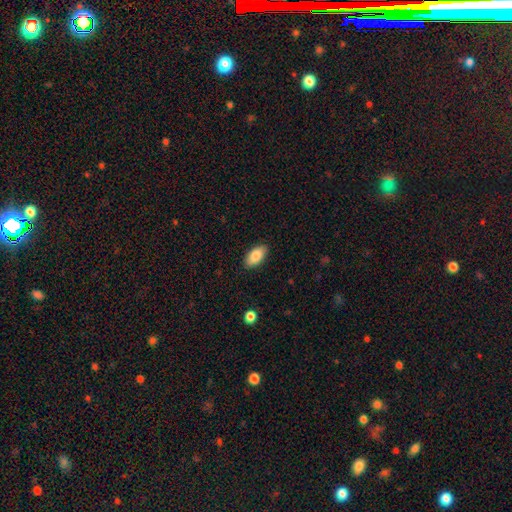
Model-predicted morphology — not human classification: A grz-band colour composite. It shows a smooth galaxy with no disk features (85%) that is in between round and cigar-shaped (94%). Merging: none (88%).